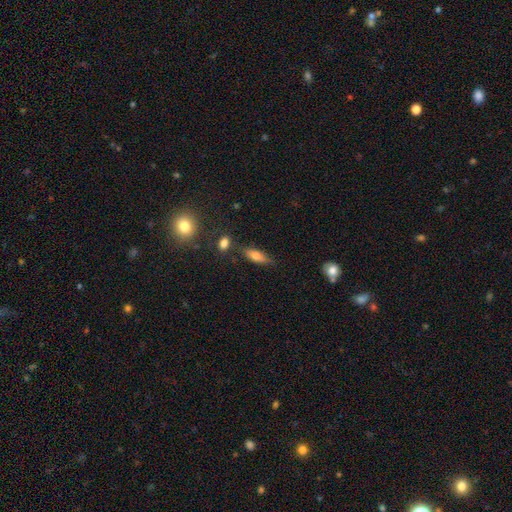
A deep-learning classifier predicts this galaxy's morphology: Q: Smooth or featured?
A: smooth (63%); runner-up: featured or disk (29%)
Q: How rounded?
A: in between (56%); runner-up: cigar-shaped (41%)
Q: Merging?
A: none (74%); runner-up: minor disturbance (16%)